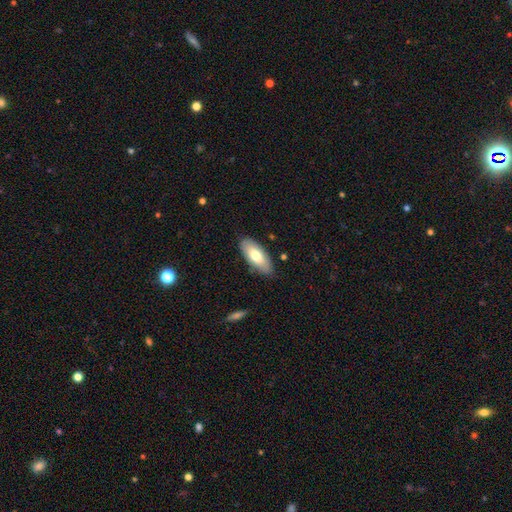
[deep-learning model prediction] Smooth or featured?
  - smooth: 73% *
  - featured or disk: 21%
  - star or artifact: 6%
How rounded?
  - in between: 87% *
  - cigar-shaped: 12%
  - round: 2%
Merging?
  - none: 85% *
  - minor disturbance: 12%
  - major disturbance: 2%
  - merger: 1%